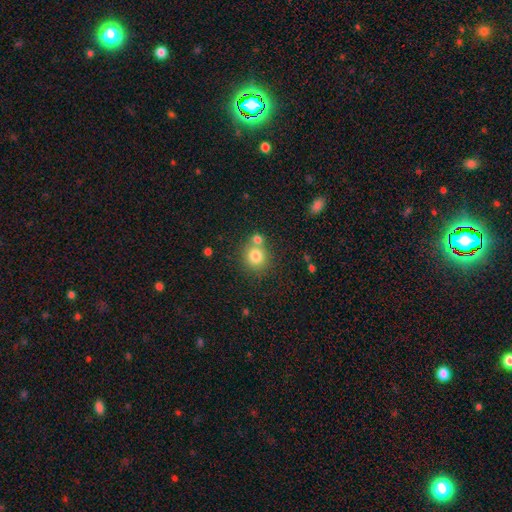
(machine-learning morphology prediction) smooth_or_featured: smooth (p=0.79) [alt: star or artifact p=0.12]
how_rounded: round (p=0.87) [alt: in between p=0.12]
merging: none (p=0.59) [alt: merger p=0.29]